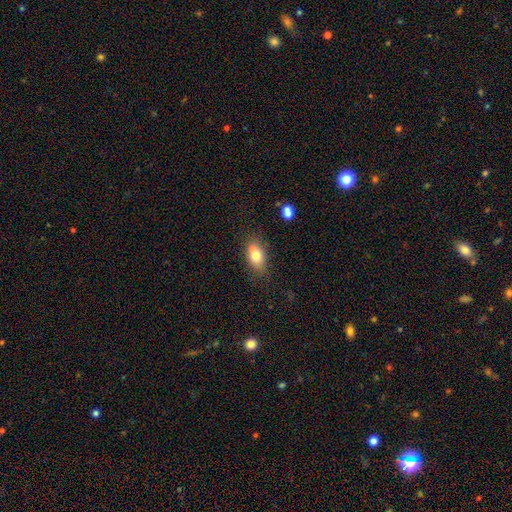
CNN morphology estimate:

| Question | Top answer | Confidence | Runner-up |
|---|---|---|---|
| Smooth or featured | smooth | 74% | featured or disk (16%) |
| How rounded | in between | 80% | round (16%) |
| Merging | none | 62% | minor disturbance (18%) |